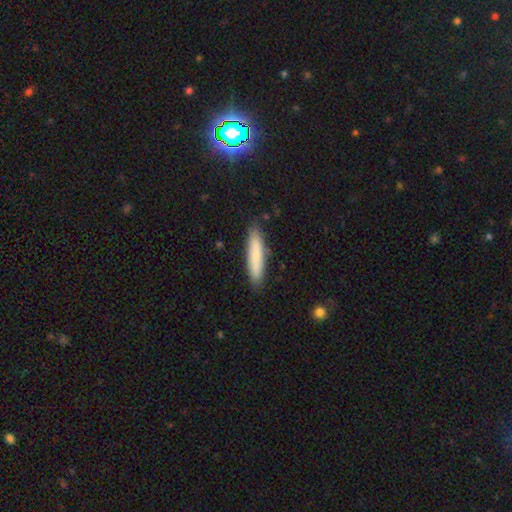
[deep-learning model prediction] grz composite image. It shows a smooth galaxy with no disk features (77%) that is cigar-shaped (85%). Merging: none (86%).